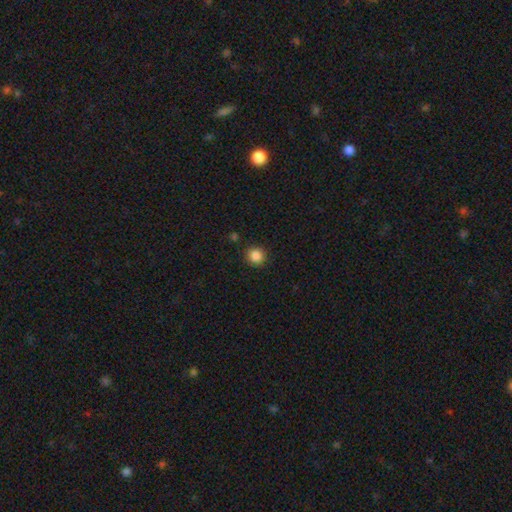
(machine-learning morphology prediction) Q: Smooth or featured?
A: smooth (86%); runner-up: star or artifact (10%)
Q: How rounded?
A: round (90%); runner-up: in between (9%)
Q: Merging?
A: none (89%); runner-up: minor disturbance (7%)